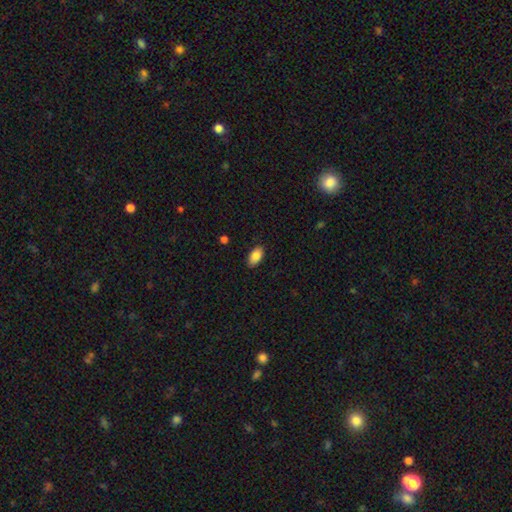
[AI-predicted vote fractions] The model was most divided on "merging": none: 86%, minor disturbance: 11%, major disturbance: 2%, merger: 1%. More confident: how rounded — in between (93%); smooth or featured — smooth (86%).